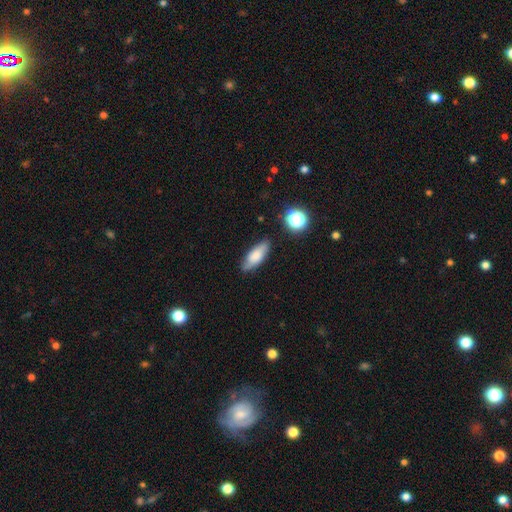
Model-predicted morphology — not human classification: smooth 74%, featured or disk 18%, star or artifact 8%. Down the decision tree: how rounded — in between (70%); merging — none (78%).